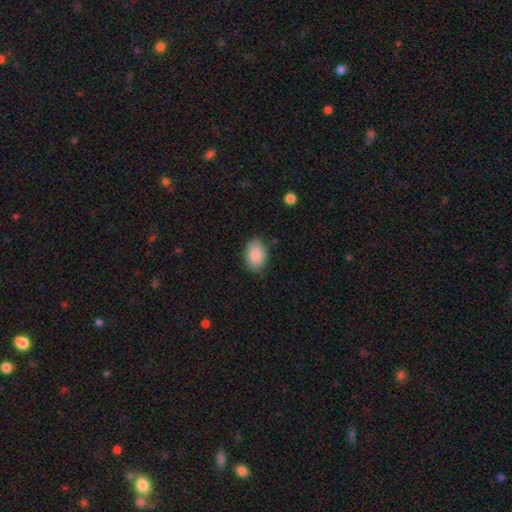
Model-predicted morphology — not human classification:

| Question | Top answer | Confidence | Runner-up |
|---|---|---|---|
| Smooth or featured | smooth | 89% | star or artifact (6%) |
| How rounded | in between | 87% | round (12%) |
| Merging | none | 82% | minor disturbance (13%) |